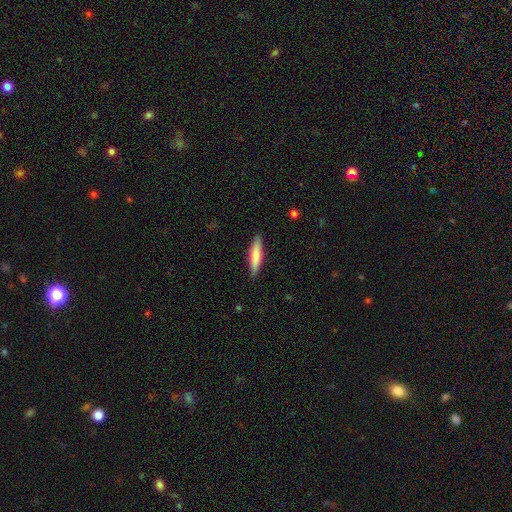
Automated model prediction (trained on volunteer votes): A smooth galaxy with no disk features (72%) that is cigar-shaped (81%).

Vote fractions:
- Smooth or featured? smooth: 72% / featured or disk: 22% / star or artifact: 5%
- How rounded? cigar-shaped: 81% / in between: 18% / round: 1%
- Merging? none: 88% / minor disturbance: 9% / major disturbance: 2% / merger: 1%